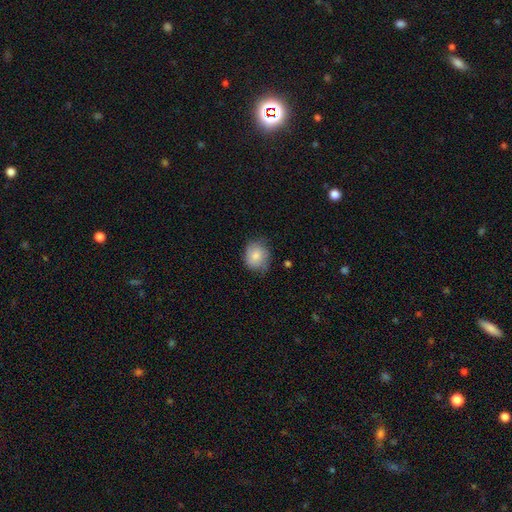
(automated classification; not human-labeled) Smooth or featured?
  - smooth: 82% *
  - featured or disk: 11%
  - star or artifact: 7%
How rounded?
  - round: 69% *
  - in between: 30%
  - cigar-shaped: 1%
Merging?
  - none: 67% *
  - minor disturbance: 26%
  - major disturbance: 5%
  - merger: 1%